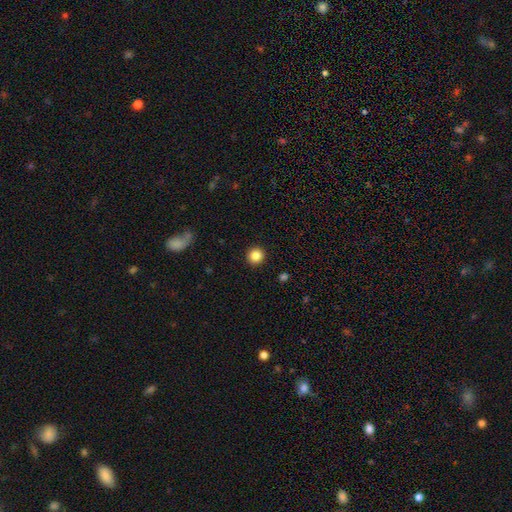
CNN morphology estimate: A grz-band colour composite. It shows a smooth galaxy with no disk features (87%) that is round (94%). Merging: none (92%).